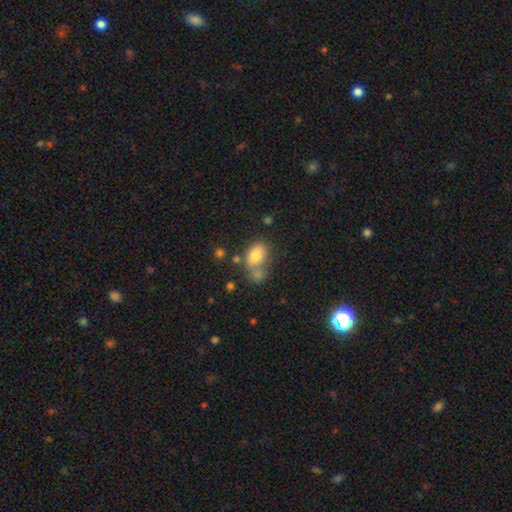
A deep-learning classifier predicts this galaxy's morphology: smooth 79%, featured or disk 12%, star or artifact 9%. Down the decision tree: how rounded — in between (83%); merging — none (46%).